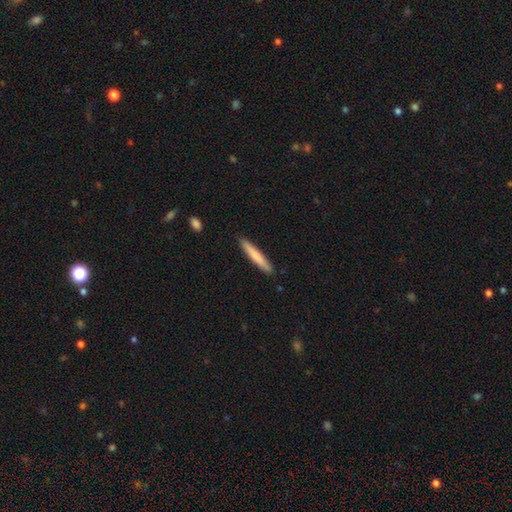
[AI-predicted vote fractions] The model was most divided on "smooth or featured": smooth: 74%, featured or disk: 21%, star or artifact: 5%. More confident: how rounded — cigar-shaped (95%); merging — none (91%).